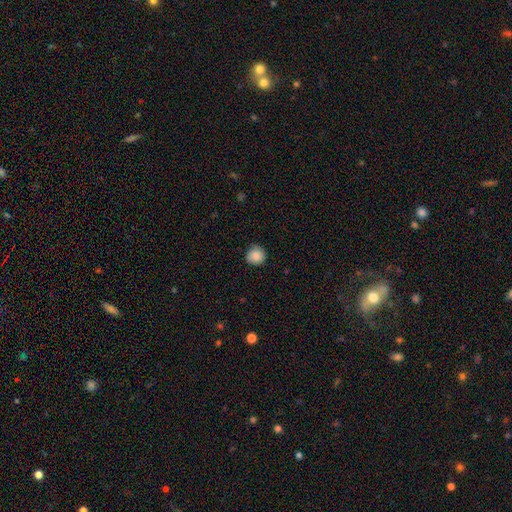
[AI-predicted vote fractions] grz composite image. It shows a smooth galaxy with no disk features (86%) that is round (92%). Merging: none (83%).